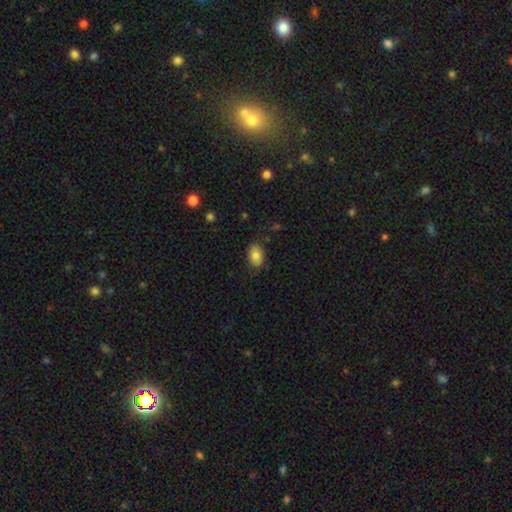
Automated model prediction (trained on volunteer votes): Q: Smooth or featured?
A: smooth (81%); runner-up: featured or disk (11%)
Q: How rounded?
A: in between (83%); runner-up: round (16%)
Q: Merging?
A: none (80%); runner-up: minor disturbance (16%)